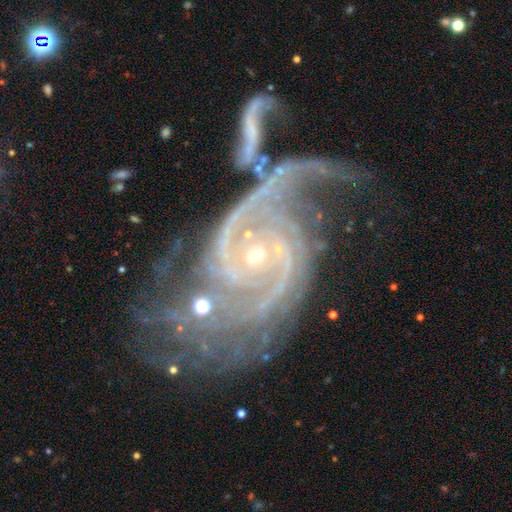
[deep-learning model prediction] Morphology: type=featured or disk (92%); edge-on=no (98%); bar=no (54%); spiral arms=yes (98%); winding=medium (48%); arm count=2 (60%); bulge=small (82%); merging=merger (31%).